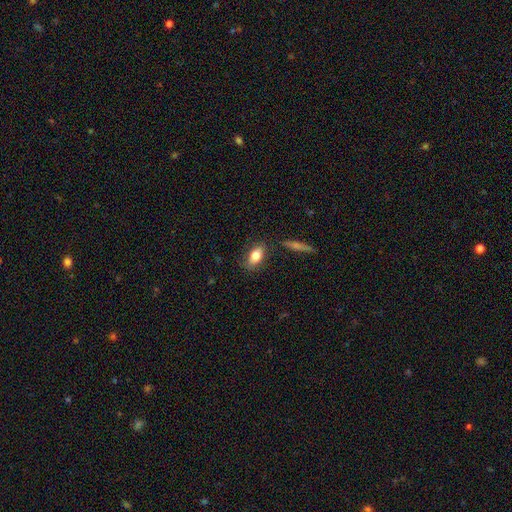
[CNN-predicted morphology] A smooth galaxy with no disk features (79%) that is in between round and cigar-shaped (85%). Merging: none (81%).